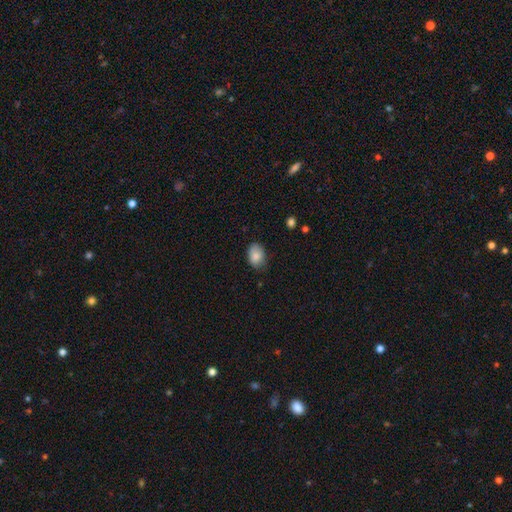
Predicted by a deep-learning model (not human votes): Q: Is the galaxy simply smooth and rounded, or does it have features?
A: smooth — 85%.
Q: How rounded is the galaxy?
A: in between — 81%.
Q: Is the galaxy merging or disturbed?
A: none — 72%.